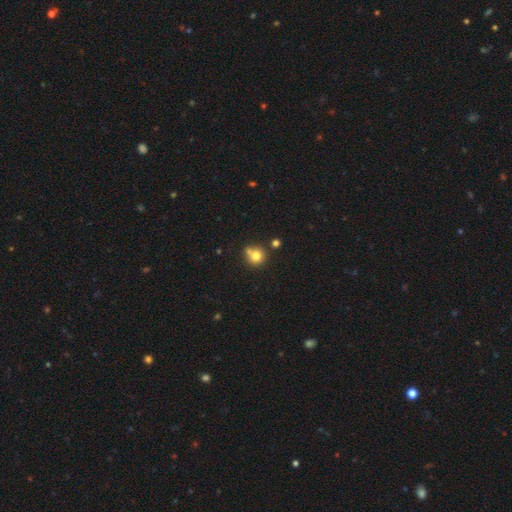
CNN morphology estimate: Q: Smooth or featured?
A: smooth (78%); runner-up: star or artifact (12%)
Q: How rounded?
A: round (87%); runner-up: in between (12%)
Q: Merging?
A: none (56%); runner-up: merger (26%)